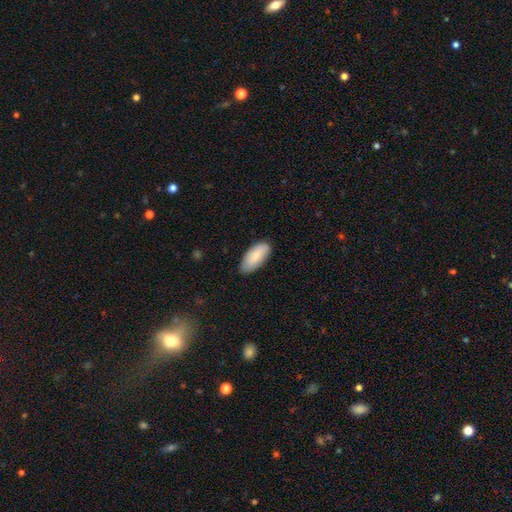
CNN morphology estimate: Overall: smooth (80%). How rounded: in between (90%). Merging: none (82%).